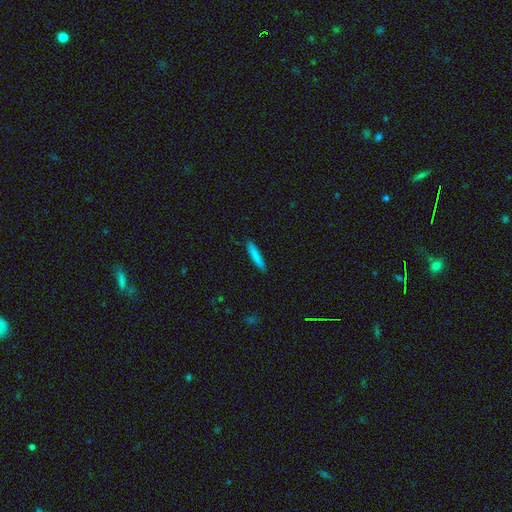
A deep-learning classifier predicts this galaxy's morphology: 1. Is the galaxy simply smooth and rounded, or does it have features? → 83% smooth, 10% featured or disk, 6% star or artifact.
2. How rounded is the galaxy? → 92% cigar-shaped, 7% in between, 1% round.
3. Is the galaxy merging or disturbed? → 90% none, 7% minor disturbance, 2% major disturbance, 1% merger.